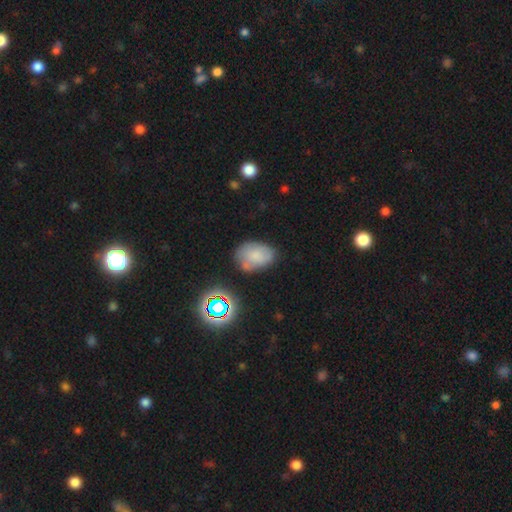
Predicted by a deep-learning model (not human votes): smooth-or-featured: smooth: 66% | featured or disk: 19% | star or artifact: 14%
  how-rounded: in between: 82% | round: 17% | cigar-shaped: 1%
  merging: none: 58% | minor disturbance: 27% | major disturbance: 9% | merger: 7%